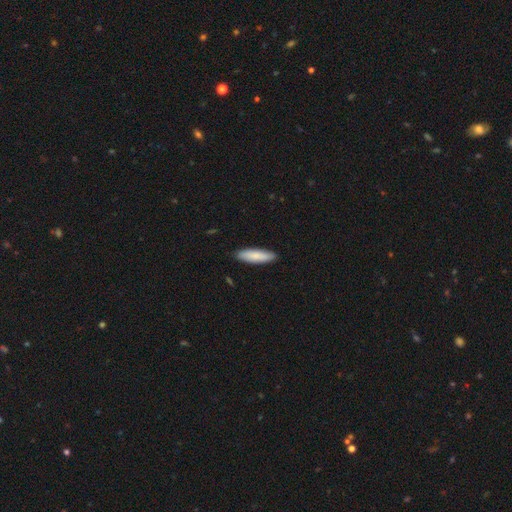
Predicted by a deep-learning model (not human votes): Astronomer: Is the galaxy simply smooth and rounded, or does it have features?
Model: smooth — 84%.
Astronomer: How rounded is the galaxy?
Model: cigar-shaped — 64%.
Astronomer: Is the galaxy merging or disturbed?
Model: none — 89%.